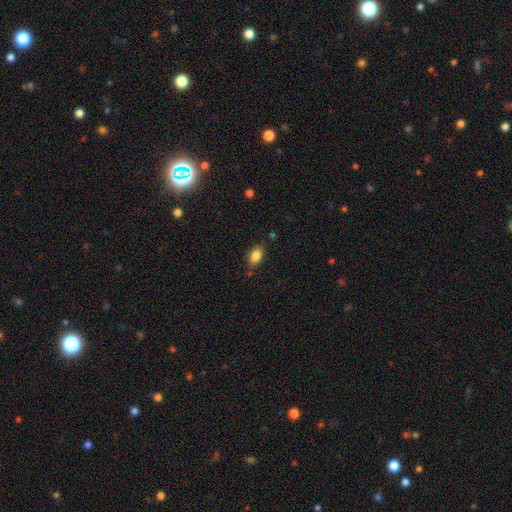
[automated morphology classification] A smooth galaxy with no disk features (84%) that is in between round and cigar-shaped (83%).

Vote fractions:
- Smooth or featured? smooth: 84% / star or artifact: 9% / featured or disk: 7%
- How rounded? in between: 83% / round: 14% / cigar-shaped: 3%
- Merging? none: 77% / minor disturbance: 17% / major disturbance: 4% / merger: 3%